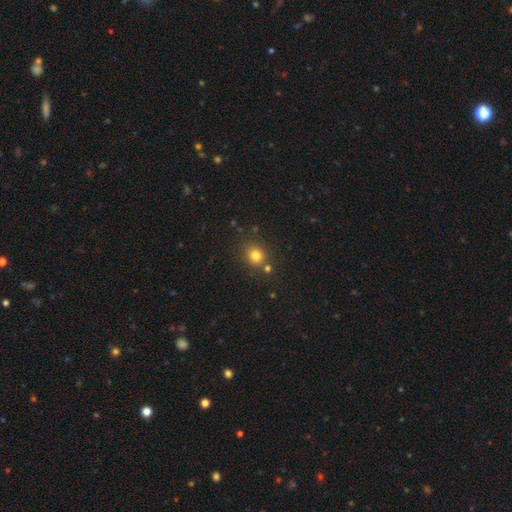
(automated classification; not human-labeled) smooth-or-featured: smooth: 79% | star or artifact: 15% | featured or disk: 7%
  how-rounded: round: 84% | in between: 15% | cigar-shaped: 1%
  merging: none: 76% | merger: 11% | minor disturbance: 9% | major disturbance: 3%